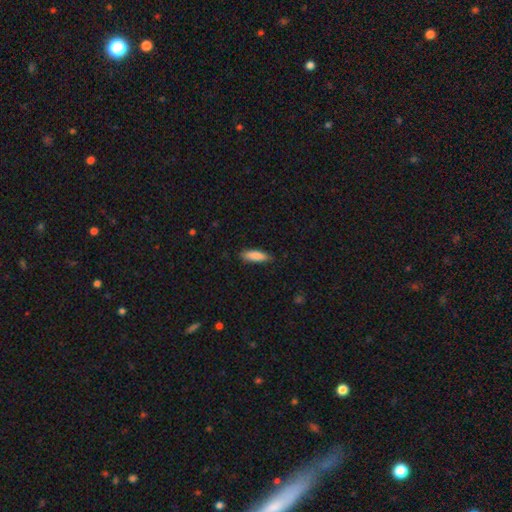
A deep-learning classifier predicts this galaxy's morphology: Smooth or featured: smooth — 86% (featured or disk — 8%)
How rounded: cigar-shaped — 52% (in between — 46%)
Merging: none — 84% (minor disturbance — 13%)